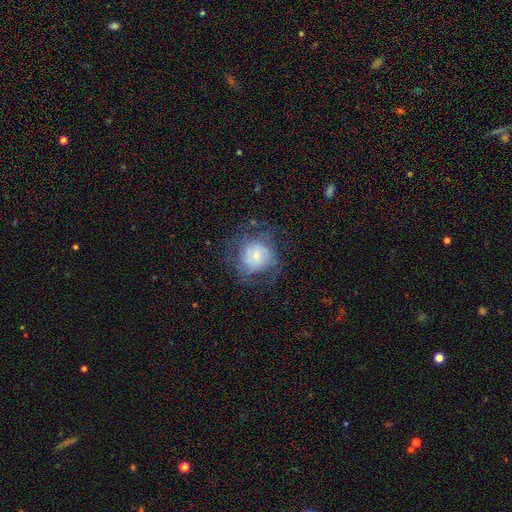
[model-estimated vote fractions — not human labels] Smooth or featured: smooth — 48% (featured or disk — 42%)
Merging: none — 53% (major disturbance — 23%)